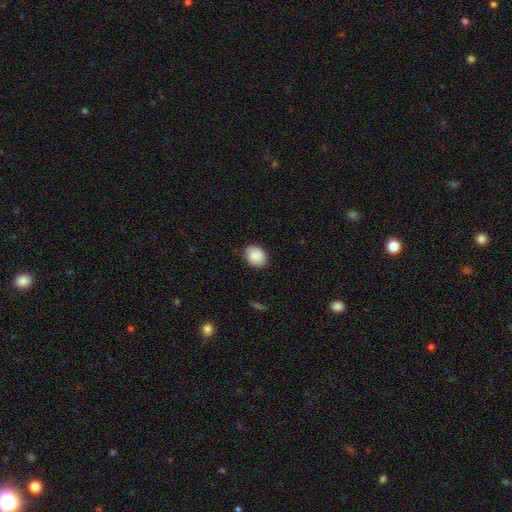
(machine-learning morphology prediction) Smooth or featured? smooth (87%)
How rounded? in between (56%)
Merging? none (79%)